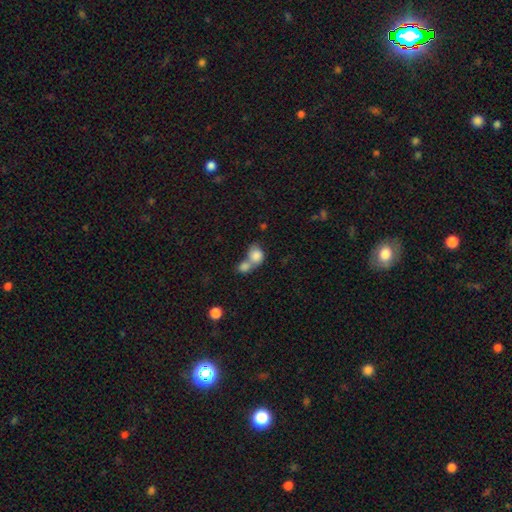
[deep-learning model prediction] This is clearly a smooth galaxy (82%). How rounded: likely round (63%). Merging: likely merger (69%).